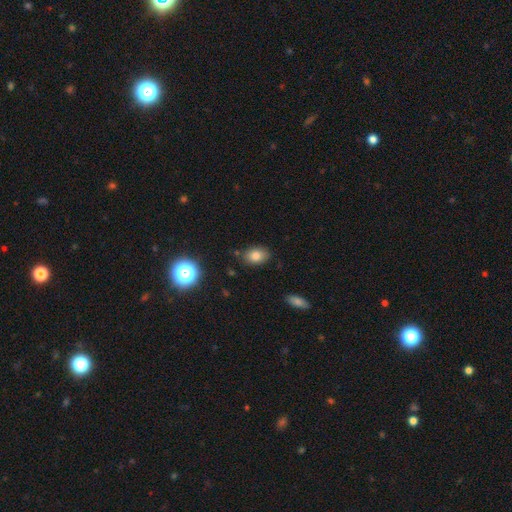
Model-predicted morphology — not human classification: The model was most divided on "how rounded": in between: 79%, round: 19%, cigar-shaped: 1%. More confident: merging — none (82%); smooth or featured — smooth (79%).